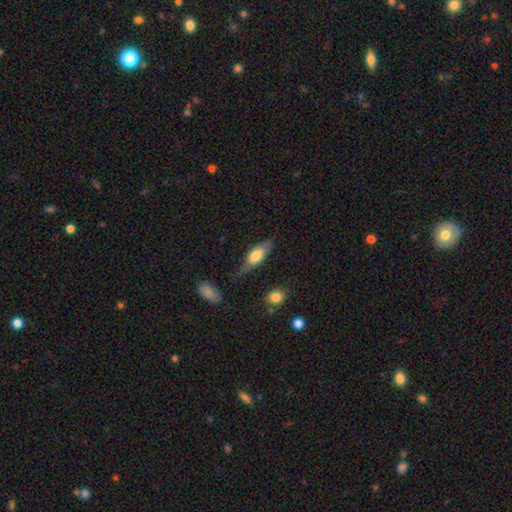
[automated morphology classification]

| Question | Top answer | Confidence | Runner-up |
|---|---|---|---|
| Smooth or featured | smooth | 63% | featured or disk (31%) |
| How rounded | in between | 66% | cigar-shaped (31%) |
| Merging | none | 57% | minor disturbance (28%) |